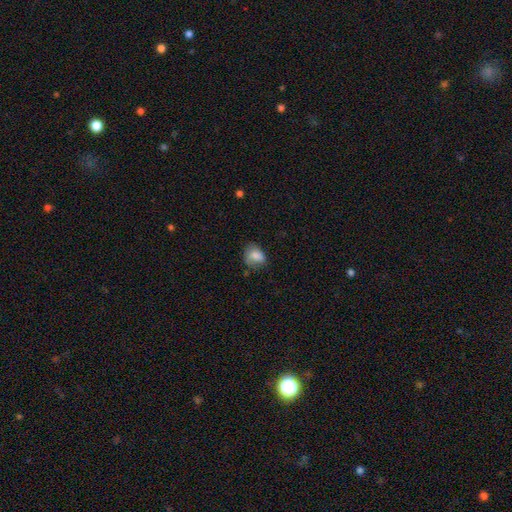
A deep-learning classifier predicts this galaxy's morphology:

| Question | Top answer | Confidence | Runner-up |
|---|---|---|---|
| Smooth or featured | smooth | 79% | featured or disk (12%) |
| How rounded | in between | 60% | round (39%) |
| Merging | none | 50% | minor disturbance (34%) |